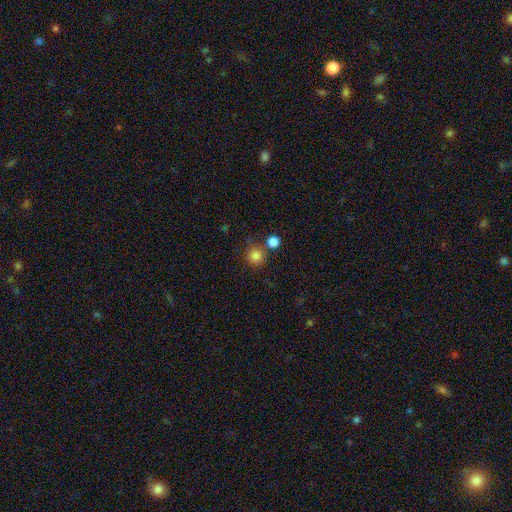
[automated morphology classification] Smooth or featured? Predicted: smooth (p=0.82). How rounded? Predicted: round (p=0.93). Merging? Predicted: none (p=0.74).